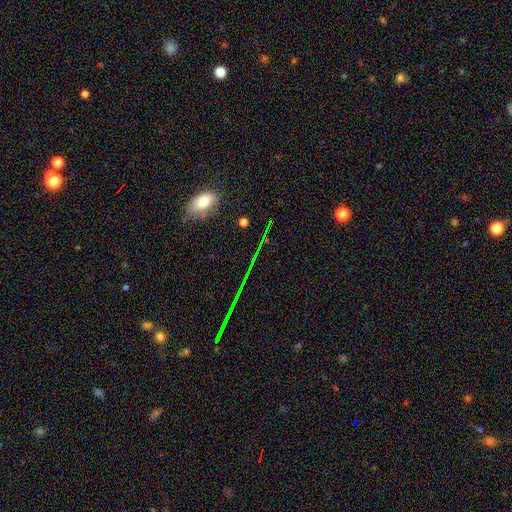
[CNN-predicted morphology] Smooth or featured? star or artifact (64%)